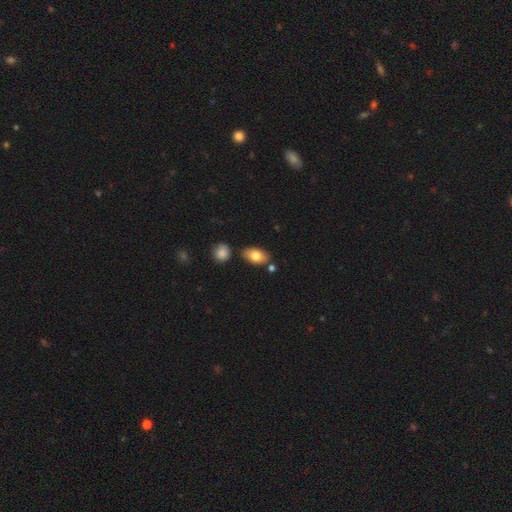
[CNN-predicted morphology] Smooth or featured?
  - smooth: 80% *
  - featured or disk: 13%
  - star or artifact: 7%
How rounded?
  - in between: 91% *
  - round: 7%
  - cigar-shaped: 2%
Merging?
  - none: 78% *
  - minor disturbance: 12%
  - merger: 7%
  - major disturbance: 3%